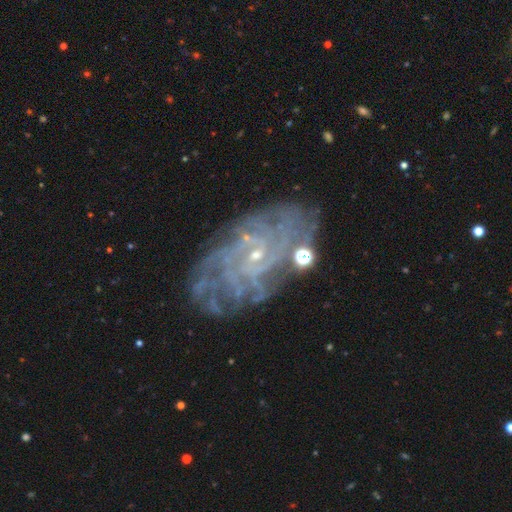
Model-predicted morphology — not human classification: Smooth or featured? Predicted: featured or disk (p=0.85). Edge-on disk? Predicted: no (p=0.96). Bar? Predicted: no (p=0.61). Spiral arms? Predicted: yes (p=0.95). Spiral winding? Predicted: tight (p=0.71). Spiral arm count? Predicted: can't tell (p=0.31). Bulge size? Predicted: small (p=0.85). Merging? Predicted: none (p=0.74).